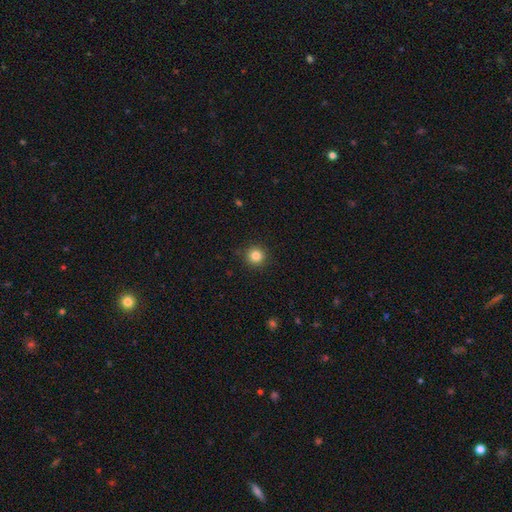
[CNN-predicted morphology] Overall: smooth (84%). How rounded: round (95%). Merging: none (91%).